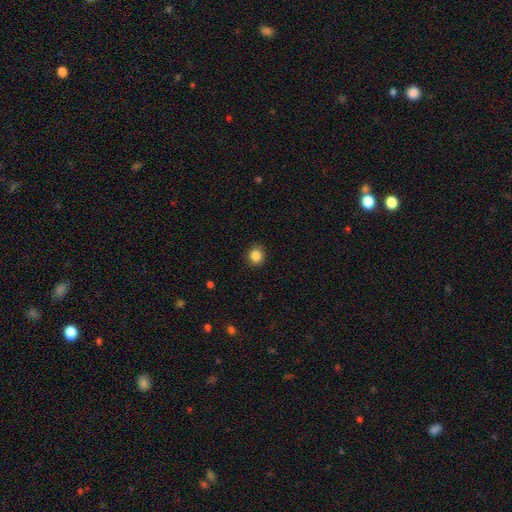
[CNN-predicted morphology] Smooth or featured: smooth — 85% (star or artifact — 10%)
How rounded: round — 80% (in between — 19%)
Merging: none — 90% (minor disturbance — 7%)